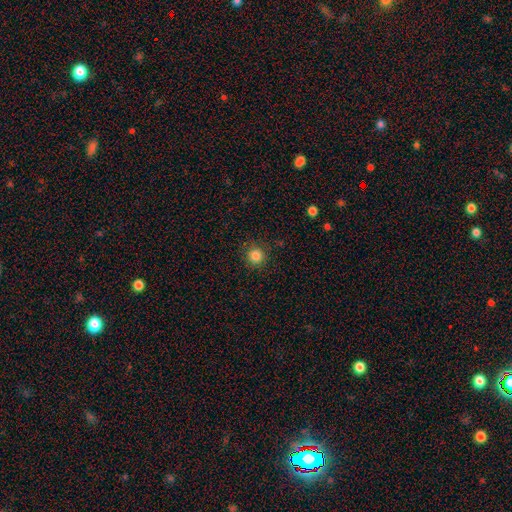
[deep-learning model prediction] Q: Smooth or featured?
A: smooth (84%); runner-up: star or artifact (12%)
Q: How rounded?
A: round (94%); runner-up: in between (6%)
Q: Merging?
A: none (88%); runner-up: minor disturbance (8%)